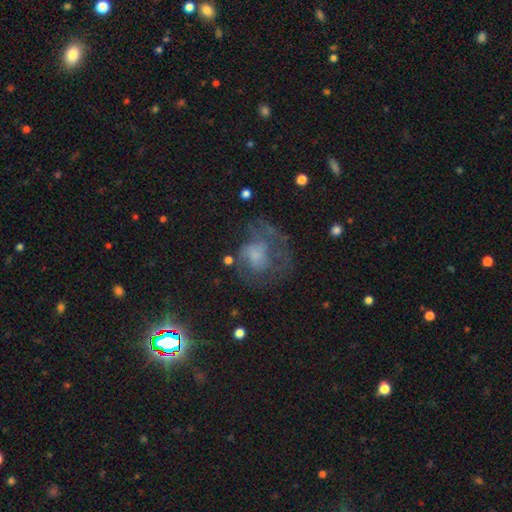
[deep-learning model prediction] Smooth or featured? Predicted: featured or disk (p=0.50). Merging? Predicted: none (p=0.39).